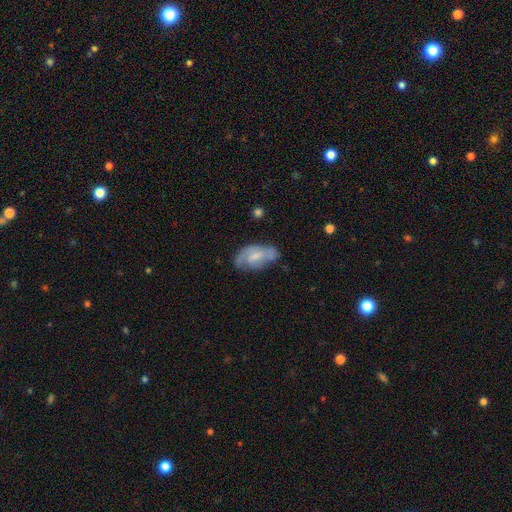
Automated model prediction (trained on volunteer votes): A featured or disk galaxy (55%) with a weak bar (45%, tied with no), spiral arms (75%) and a small central bulge (42%).

Vote fractions:
- Smooth or featured? featured or disk: 55% / smooth: 38% / star or artifact: 7%
- Edge-on disk? no: 94% / yes: 6%
- Bar? weak: 45% (tied) / no: 45% (tied) / strong: 10%
- Spiral arms? yes: 75% / no: 25%
- Bulge size? small: 42% / moderate: 37% / none: 15% / large: 4% / dominant: 1%
- Merging? none: 53% / minor disturbance: 30% / major disturbance: 13% / merger: 4%